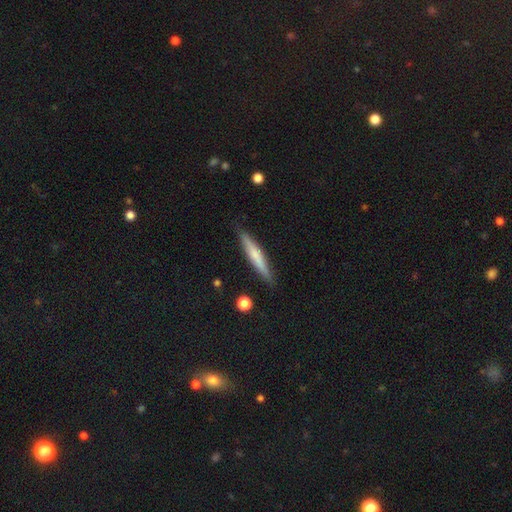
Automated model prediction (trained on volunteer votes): Overall: smooth (55%; featured or disk 38%). How rounded: cigar-shaped (93%). Merging: none (88%).